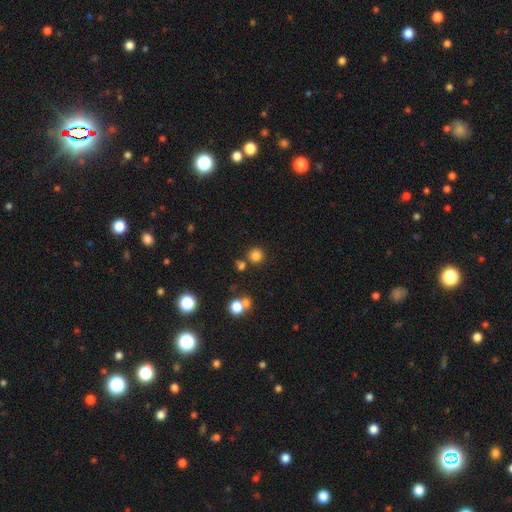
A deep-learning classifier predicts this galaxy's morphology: The model was most divided on "smooth or featured": smooth: 80%, star or artifact: 15%, featured or disk: 5%. More confident: how rounded — round (93%); merging — none (79%).